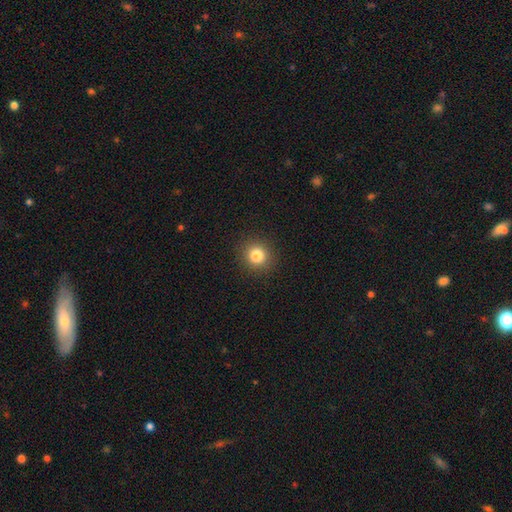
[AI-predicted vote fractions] This appears to be a smooth galaxy with no disk features (81%) that is round (90%). Merging: none (92%).